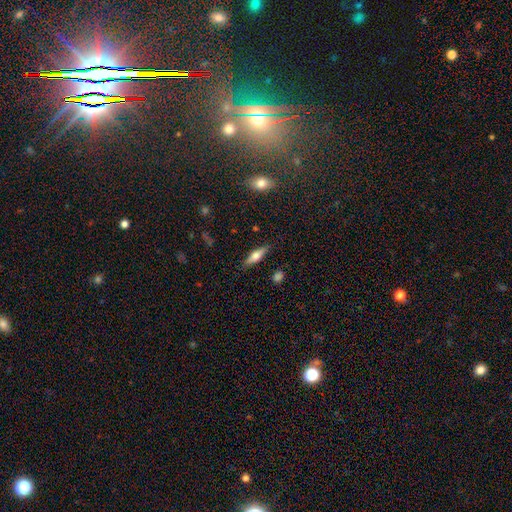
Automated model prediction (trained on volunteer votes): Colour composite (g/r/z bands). It shows a smooth galaxy with no disk features (54%) that is cigar-shaped (60%). Merging: none (86%).